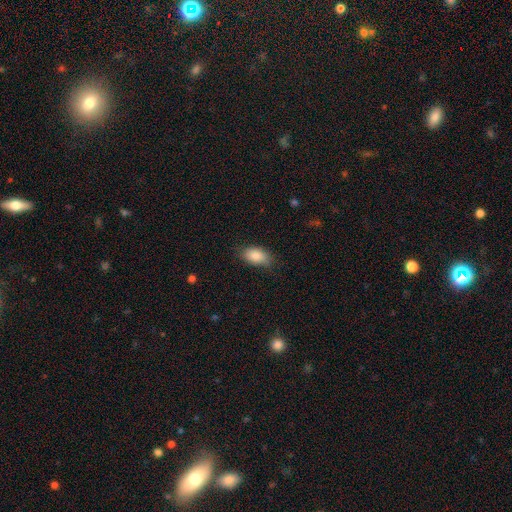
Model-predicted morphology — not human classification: Smooth or featured?
  - smooth: 86% *
  - star or artifact: 7%
  - featured or disk: 6%
How rounded?
  - in between: 91% *
  - round: 6%
  - cigar-shaped: 3%
Merging?
  - none: 77% *
  - minor disturbance: 18%
  - major disturbance: 4%
  - merger: 1%